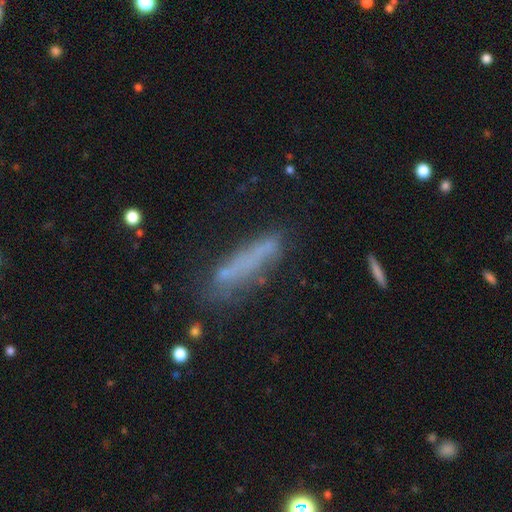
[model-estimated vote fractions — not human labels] Morphology: type=smooth (56%); roundness=cigar-shaped (86%); merging=none (67%).